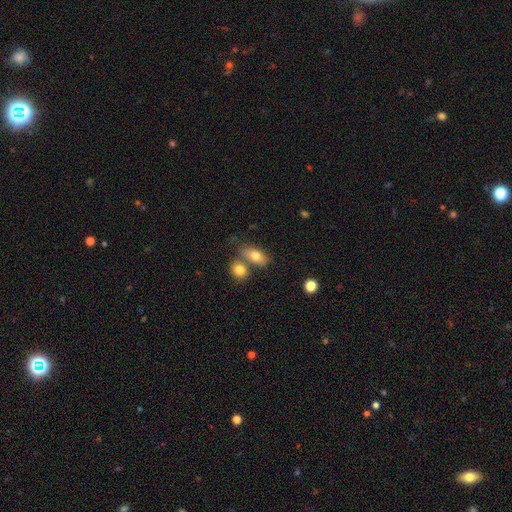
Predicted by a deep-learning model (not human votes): Morphology: type=smooth (75%); roundness=in between (86%); merging=none (51%).